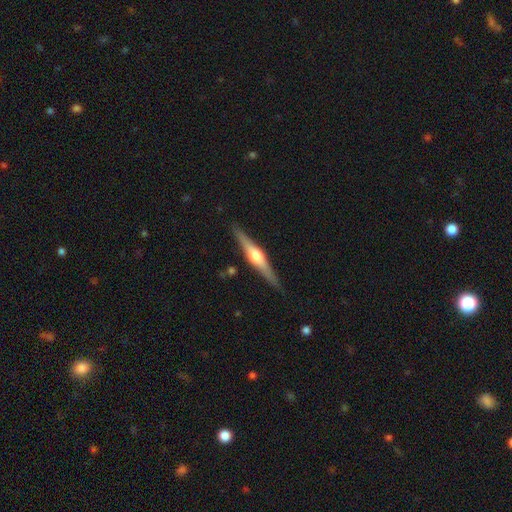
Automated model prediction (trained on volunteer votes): Smooth or featured? featured or disk (74%)
Edge-on disk? yes (98%)
Edge-on bulge? rounded (92%)
Merging? none (89%)